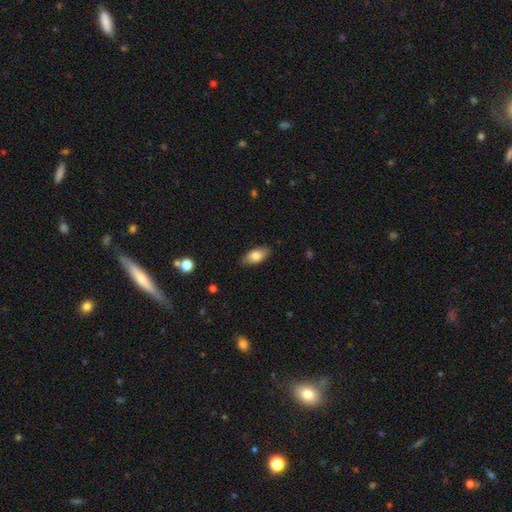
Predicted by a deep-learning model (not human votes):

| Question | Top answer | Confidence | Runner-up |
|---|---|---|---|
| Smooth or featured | smooth | 81% | featured or disk (12%) |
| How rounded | in between | 89% | cigar-shaped (8%) |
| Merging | none | 84% | minor disturbance (12%) |